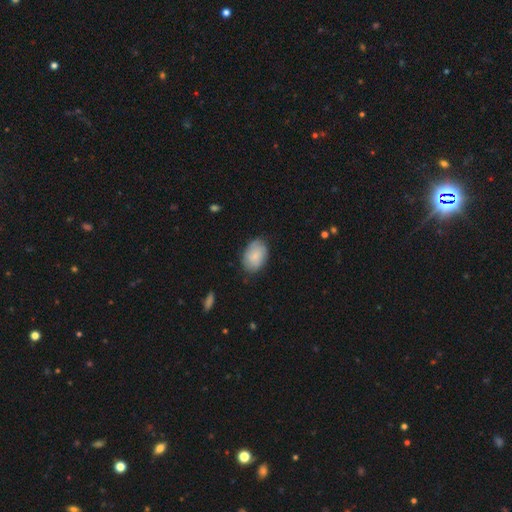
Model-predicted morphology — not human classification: smooth-or-featured: smooth: 77% | featured or disk: 16% | star or artifact: 6%
  how-rounded: in between: 84% | round: 15% | cigar-shaped: 1%
  merging: none: 78% | minor disturbance: 17% | major disturbance: 3% | merger: 1%